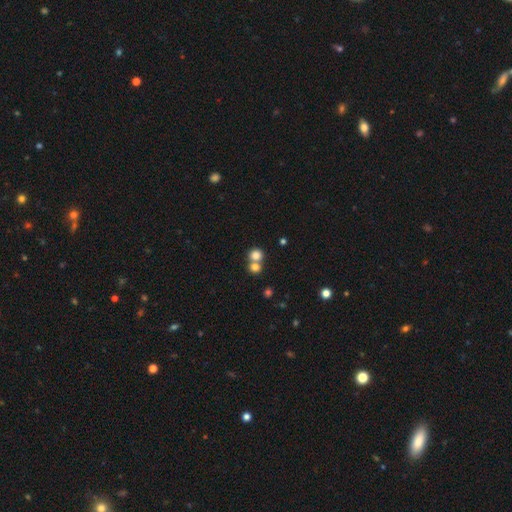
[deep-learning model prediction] A smooth galaxy with no disk features (80%) that is round (84%). Merging: merger (48%).